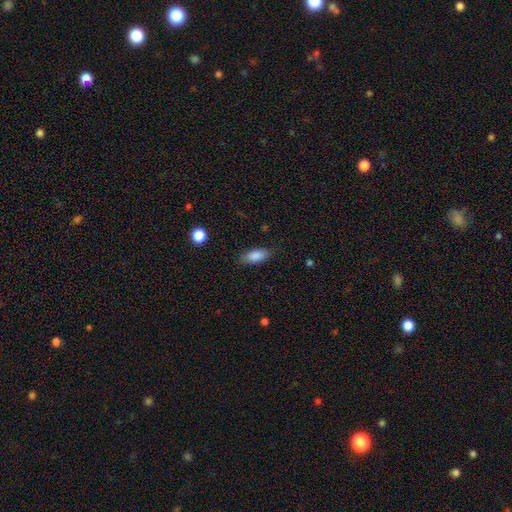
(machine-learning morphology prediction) Smooth or featured: smooth — 86% (star or artifact — 7%)
How rounded: in between — 84% (cigar-shaped — 13%)
Merging: none — 82% (minor disturbance — 13%)